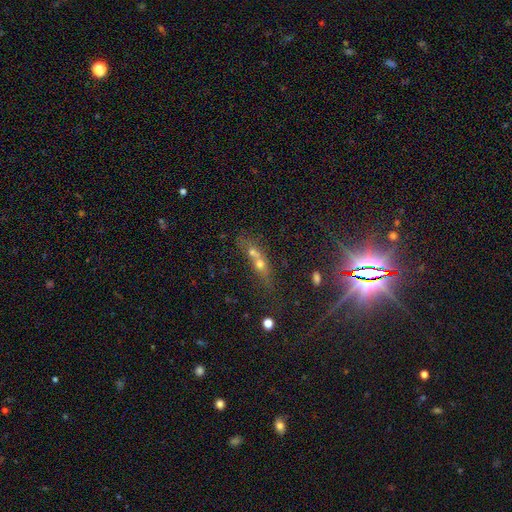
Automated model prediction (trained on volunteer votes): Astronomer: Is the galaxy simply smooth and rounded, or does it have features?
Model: smooth — 40% (runner-up: star or artifact, 33%).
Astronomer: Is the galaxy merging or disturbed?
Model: merger — 59%.